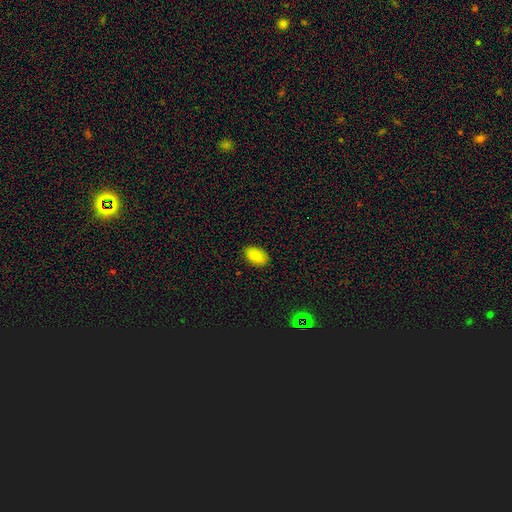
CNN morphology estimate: Smooth or featured? Predicted: smooth (p=0.88). How rounded? Predicted: in between (p=0.92). Merging? Predicted: none (p=0.88).